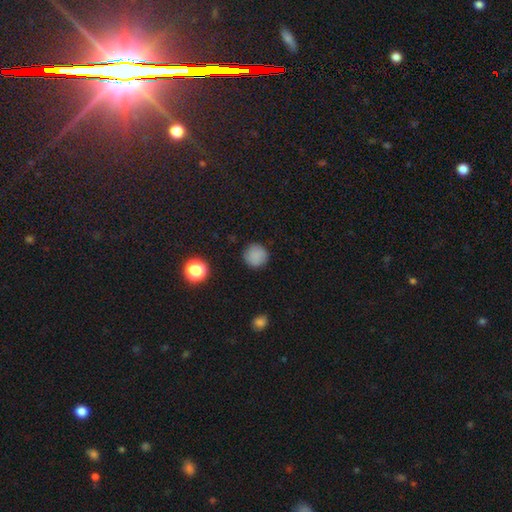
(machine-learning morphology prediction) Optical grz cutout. It shows a smooth galaxy with no disk features (85%) that is round (95%). Merging: none (89%).